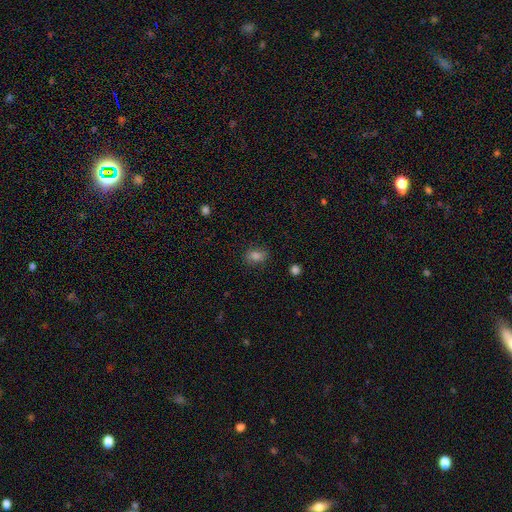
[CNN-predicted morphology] Smooth or featured? smooth (79%)
How rounded? in between (78%)
Merging? none (83%)